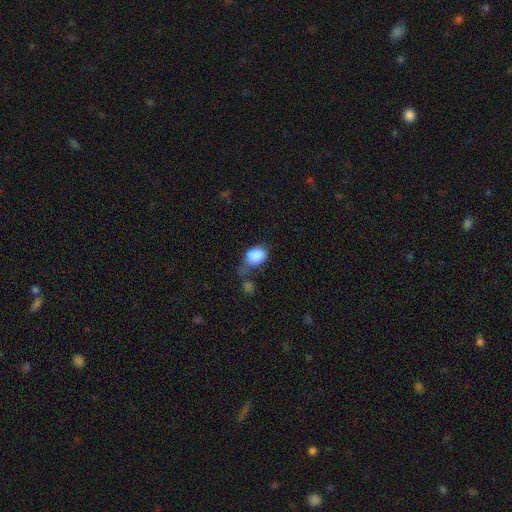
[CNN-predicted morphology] Smooth or featured: smooth — 87% (star or artifact — 8%)
How rounded: in between — 70% (round — 29%)
Merging: none — 36% (minor disturbance — 29%)